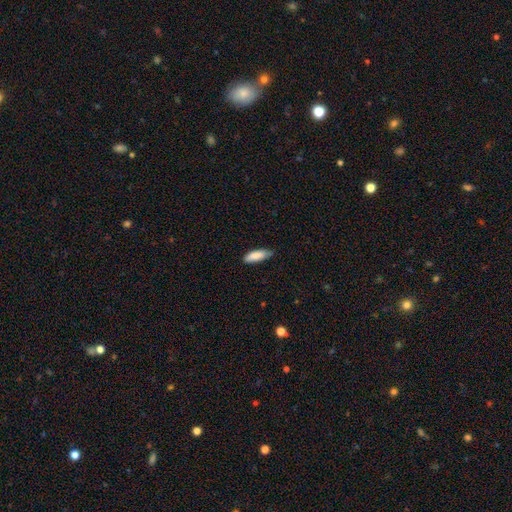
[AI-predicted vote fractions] smooth_or_featured: smooth (p=0.86) [alt: featured or disk p=0.08]
how_rounded: in between (p=0.57) [alt: cigar-shaped p=0.42]
merging: none (p=0.70) [alt: minor disturbance p=0.25]